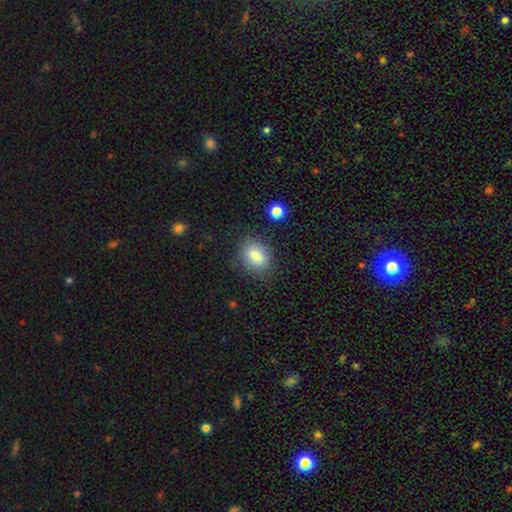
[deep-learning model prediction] Q: Smooth or featured?
A: smooth (85%); runner-up: star or artifact (8%)
Q: How rounded?
A: in between (70%); runner-up: round (29%)
Q: Merging?
A: none (78%); runner-up: minor disturbance (14%)